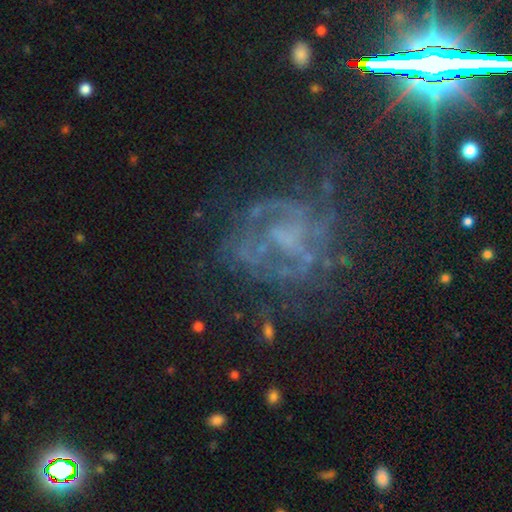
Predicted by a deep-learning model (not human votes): Smooth or featured: featured or disk — 70% (star or artifact — 20%)
Edge-on disk: no — 98% (yes — 2%)
Bar: no — 65% (weak — 27%)
Spiral arms: yes — 70% (no — 30%)
Bulge size: none — 49% (small — 27%)
Merging: none — 58% (major disturbance — 22%)